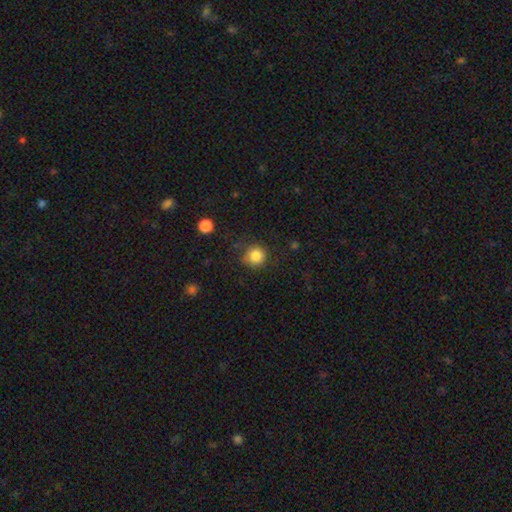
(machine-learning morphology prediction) The model was most divided on "merging": none: 79%, minor disturbance: 15%, major disturbance: 5%, merger: 2%. More confident: how rounded — round (93%); smooth or featured — smooth (85%).